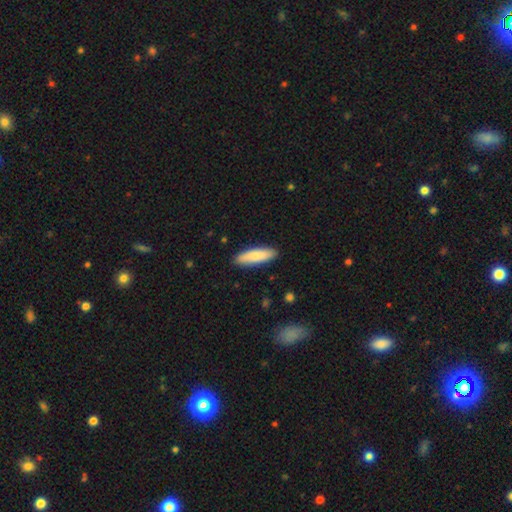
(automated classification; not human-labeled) Smooth or featured: smooth — 81% (featured or disk — 13%)
How rounded: cigar-shaped — 53% (in between — 45%)
Merging: none — 89% (minor disturbance — 9%)